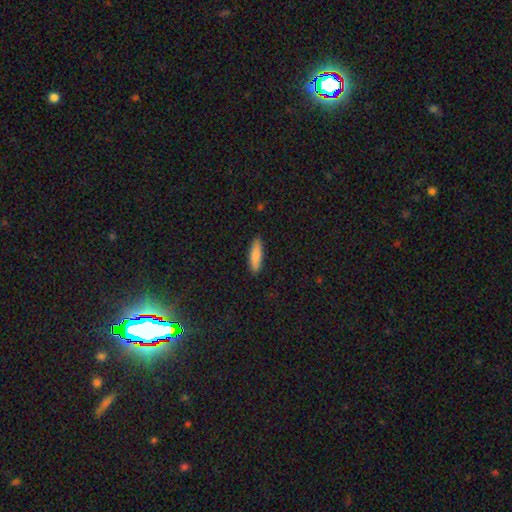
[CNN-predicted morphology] This is clearly a smooth galaxy (86%). How rounded: likely cigar-shaped (60%). Merging: clearly none (89%).